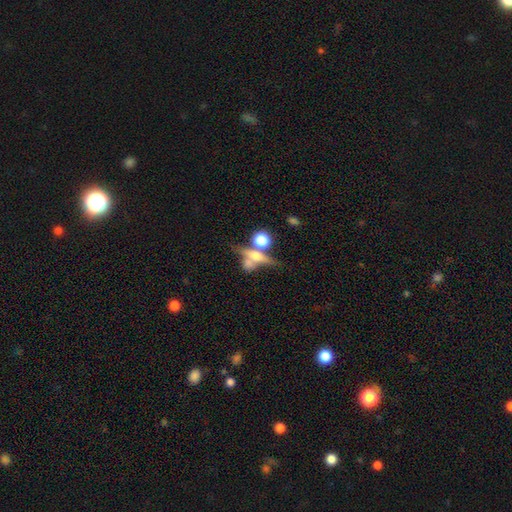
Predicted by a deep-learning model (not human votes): This is possibly a smooth galaxy (45%). Merging: marginally merger (41%).